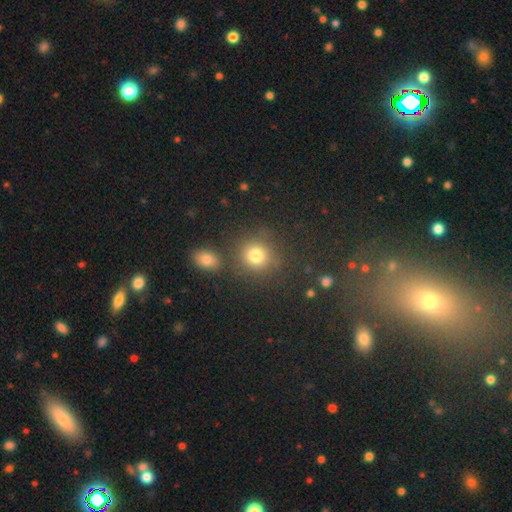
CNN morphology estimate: The model was most divided on "merging": none: 75%, merger: 11%, minor disturbance: 10%, major disturbance: 4%. More confident: how rounded — round (82%); smooth or featured — smooth (78%).